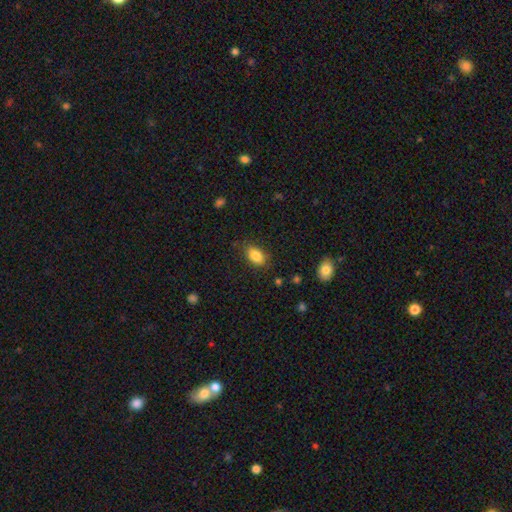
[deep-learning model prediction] Smooth or featured: smooth — 86% (star or artifact — 8%)
How rounded: in between — 88% (round — 9%)
Merging: none — 81% (minor disturbance — 14%)